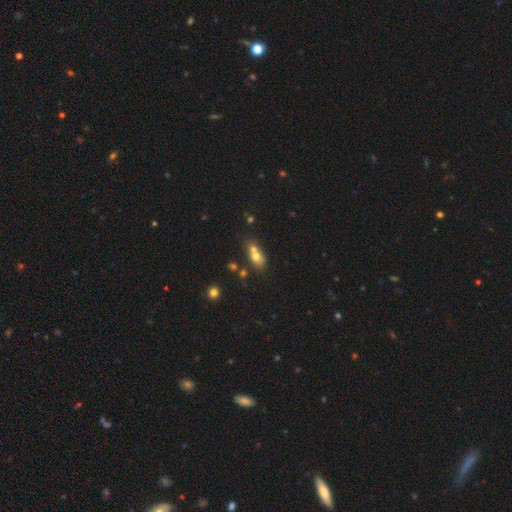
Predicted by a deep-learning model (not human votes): Morphology: type=smooth (67%); roundness=in between (63%); merging=merger (56%).